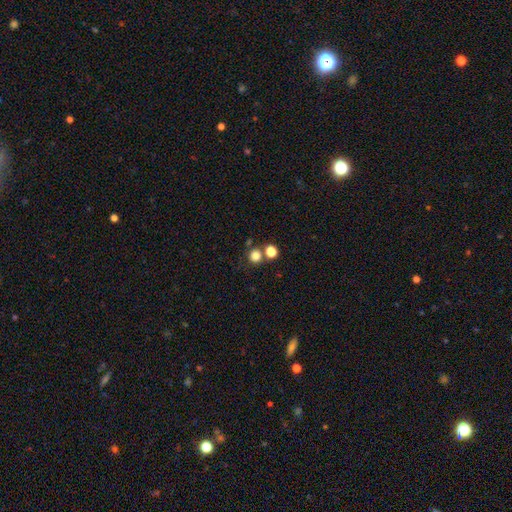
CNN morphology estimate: type=smooth (79%); roundness=round (91%); merging=none (70%).